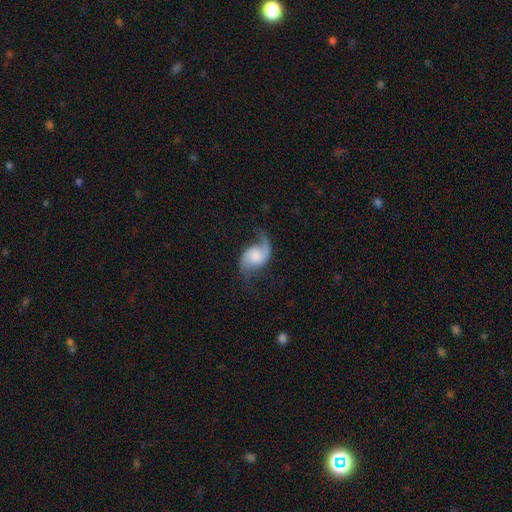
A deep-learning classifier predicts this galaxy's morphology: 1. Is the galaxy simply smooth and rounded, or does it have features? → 80% featured or disk, 14% smooth, 6% star or artifact.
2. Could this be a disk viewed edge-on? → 98% no, 2% yes.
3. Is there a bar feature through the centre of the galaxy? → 63% no, 30% weak, 7% strong.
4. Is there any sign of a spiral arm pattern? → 96% yes, 4% no.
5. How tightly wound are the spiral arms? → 71% loose, 23% medium, 6% tight.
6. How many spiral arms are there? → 82% 2, 14% 1, 2% can't tell, 1% 3, 1% 4, 1% more than 4.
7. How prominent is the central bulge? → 26% none, 23% moderate, 22% large, 21% small, 7% dominant.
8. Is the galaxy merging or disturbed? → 59% none, 21% minor disturbance, 18% major disturbance, 2% merger.